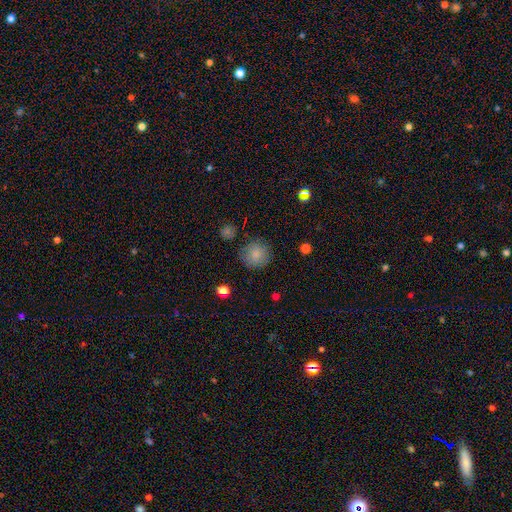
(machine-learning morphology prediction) Q: Smooth or featured?
A: smooth (83%); runner-up: star or artifact (9%)
Q: How rounded?
A: round (92%); runner-up: in between (7%)
Q: Merging?
A: none (82%); runner-up: minor disturbance (12%)